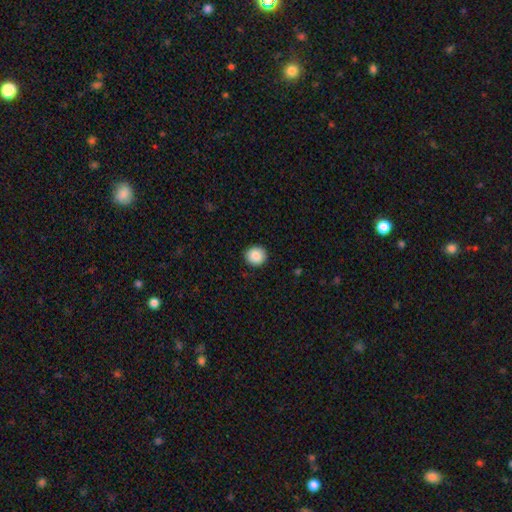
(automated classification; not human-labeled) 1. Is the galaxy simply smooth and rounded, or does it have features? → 88% smooth, 8% star or artifact, 4% featured or disk.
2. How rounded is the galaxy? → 89% round, 10% in between, 1% cigar-shaped.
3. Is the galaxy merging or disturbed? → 92% none, 5% minor disturbance, 2% major disturbance, 1% merger.